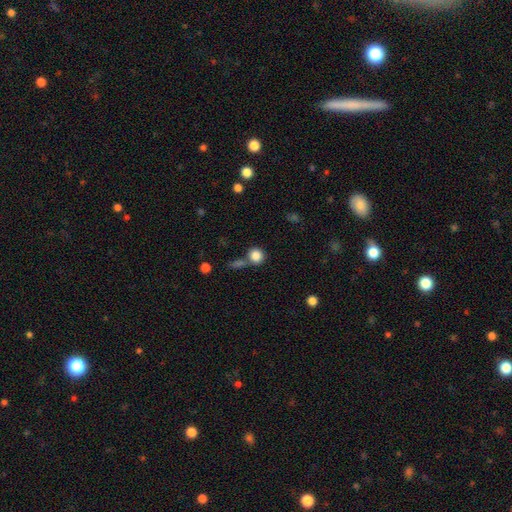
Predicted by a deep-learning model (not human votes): smooth-or-featured: smooth: 84% | star or artifact: 10% | featured or disk: 6%
  how-rounded: round: 88% | in between: 11% | cigar-shaped: 1%
  merging: none: 64% | merger: 21% | minor disturbance: 11% | major disturbance: 5%